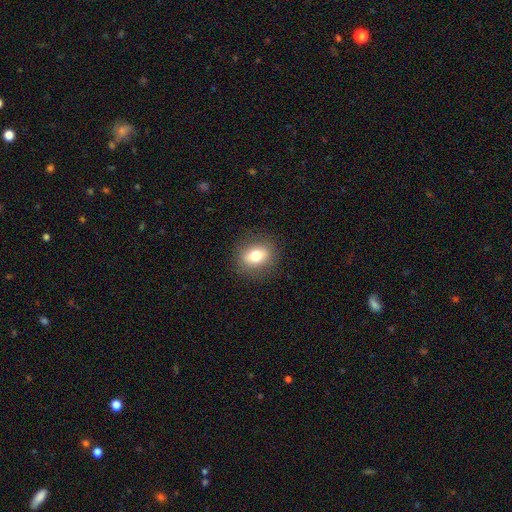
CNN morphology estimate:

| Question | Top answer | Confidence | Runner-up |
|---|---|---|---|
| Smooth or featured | smooth | 71% | featured or disk (19%) |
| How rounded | in between | 54% | round (44%) |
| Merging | none | 86% | minor disturbance (9%) |